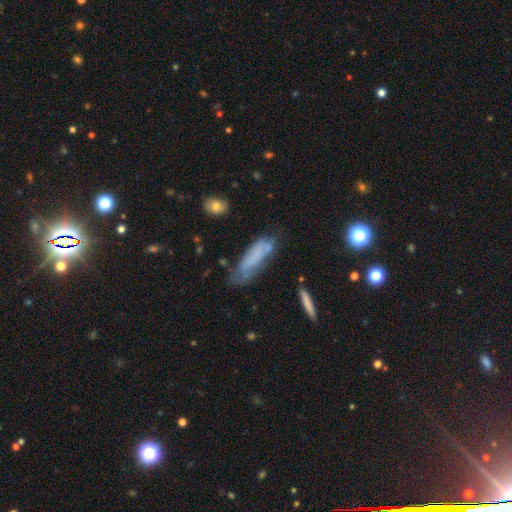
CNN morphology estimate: This appears to be a smooth galaxy with no disk features (57%) that is cigar-shaped (55%). Merging: none (45%).